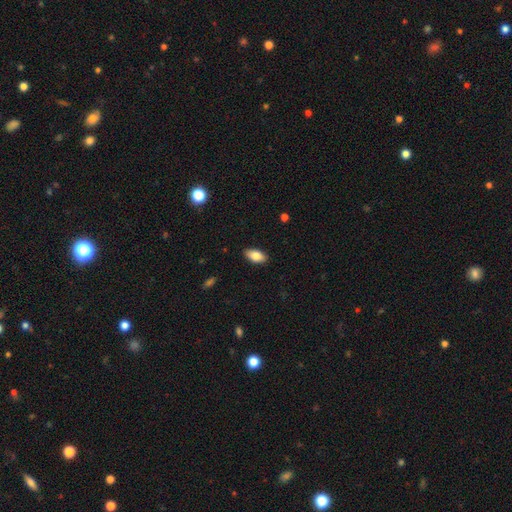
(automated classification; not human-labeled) Smooth or featured? Predicted: smooth (p=0.81). How rounded? Predicted: in between (p=0.91). Merging? Predicted: none (p=0.88).